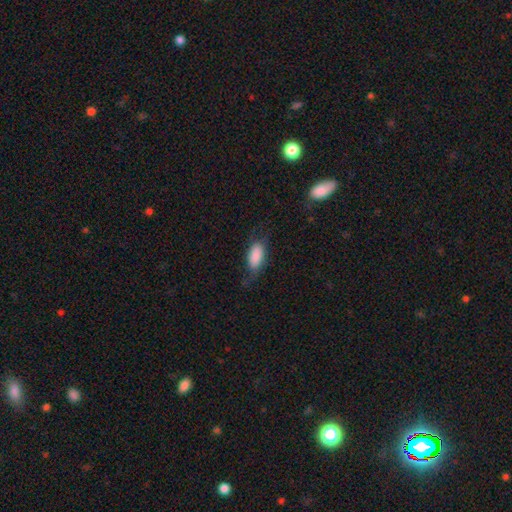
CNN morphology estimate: Overall: smooth (82%). How rounded: in between (89%). Merging: none (60%; minor disturbance 25%).